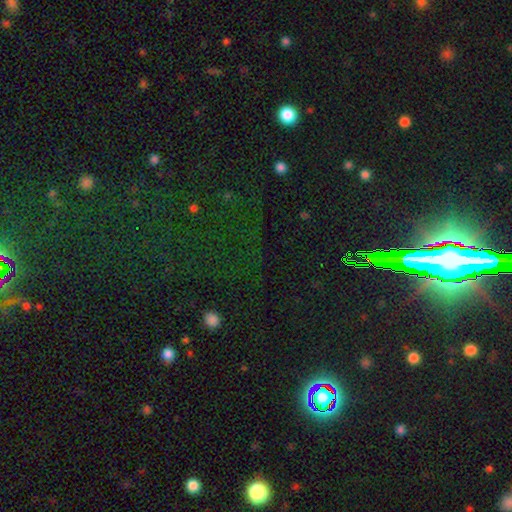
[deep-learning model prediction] Overall: star or artifact (78%).